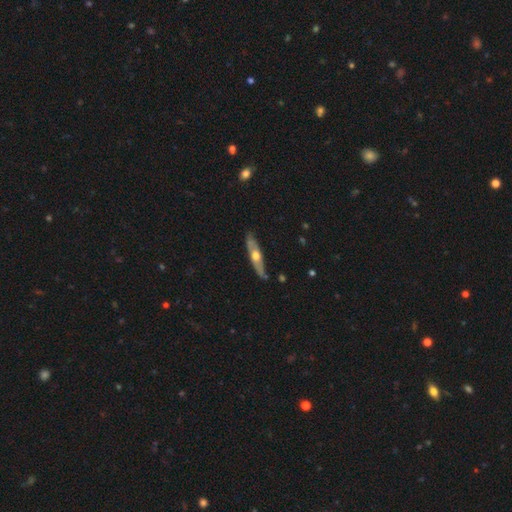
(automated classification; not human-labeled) Smooth or featured: featured or disk — 61% (smooth — 34%)
Edge-on disk: yes — 77% (no — 23%)
Merging: none — 83% (minor disturbance — 13%)